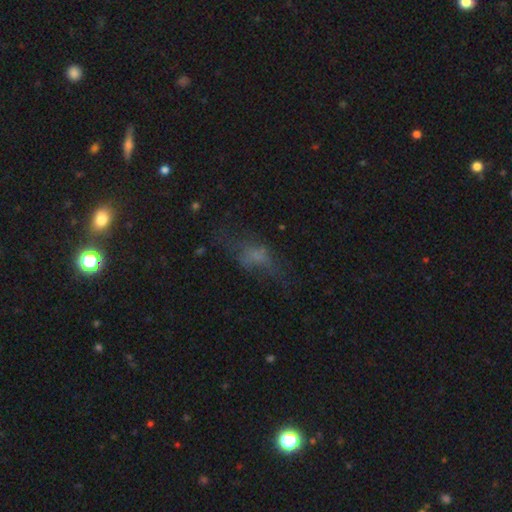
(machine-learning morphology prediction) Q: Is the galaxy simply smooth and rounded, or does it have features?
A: smooth — 46%.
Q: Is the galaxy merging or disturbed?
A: none — 39%.